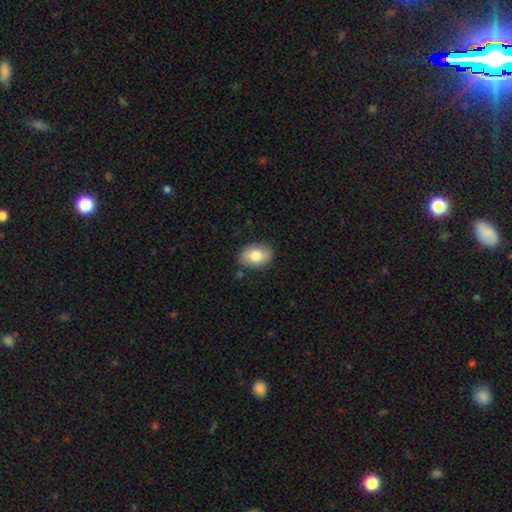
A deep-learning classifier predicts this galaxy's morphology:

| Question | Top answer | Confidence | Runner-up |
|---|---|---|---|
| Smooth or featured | smooth | 79% | featured or disk (14%) |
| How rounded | in between | 81% | round (18%) |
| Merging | none | 84% | minor disturbance (12%) |